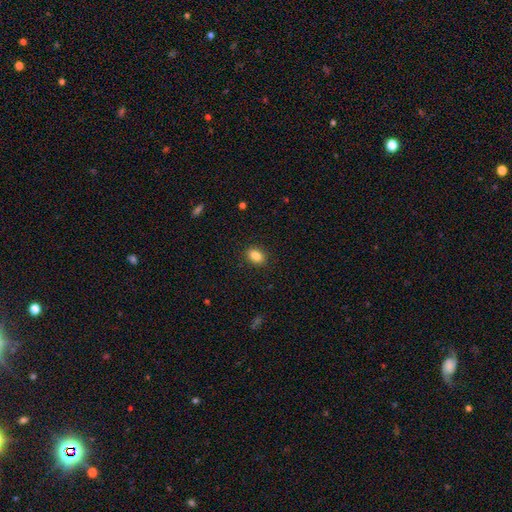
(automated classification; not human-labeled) Smooth or featured? smooth (86%)
How rounded? in between (80%)
Merging? none (89%)